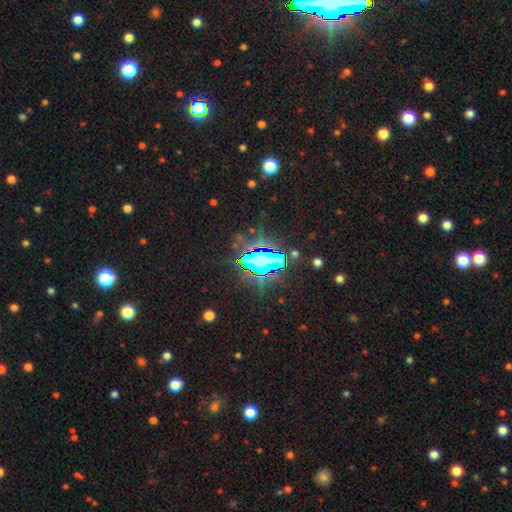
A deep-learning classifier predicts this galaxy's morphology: Smooth or featured: star or artifact — 68% (smooth — 20%)